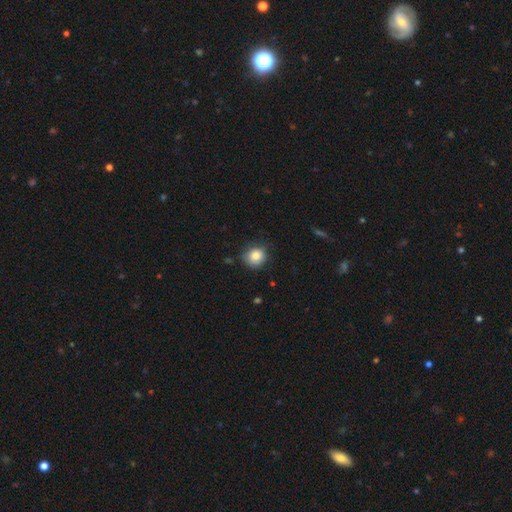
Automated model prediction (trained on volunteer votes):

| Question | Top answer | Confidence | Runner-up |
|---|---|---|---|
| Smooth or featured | smooth | 82% | star or artifact (10%) |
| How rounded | round | 86% | in between (13%) |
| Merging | none | 77% | minor disturbance (18%) |